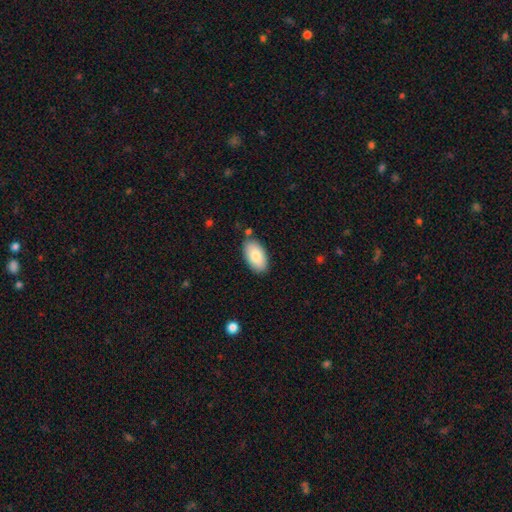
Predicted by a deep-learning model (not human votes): This appears to be a smooth galaxy with no disk features (83%) that is in between round and cigar-shaped (95%). Merging: none (82%).